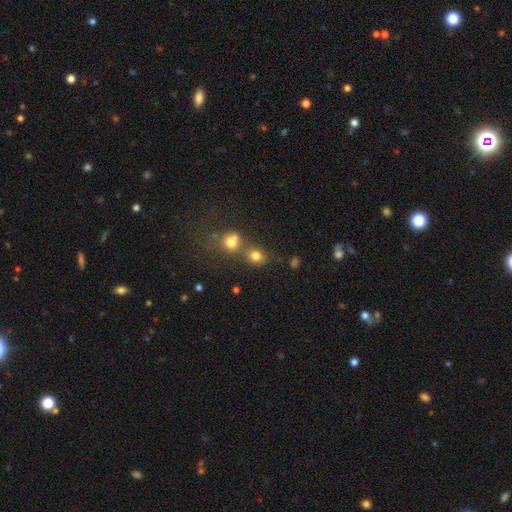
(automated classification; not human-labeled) A smooth galaxy with no disk features (78%) that is round (77%).

Vote fractions:
- Smooth or featured? smooth: 78% / star or artifact: 15% / featured or disk: 8%
- How rounded? round: 77% / in between: 22% / cigar-shaped: 1%
- Merging? none: 52% / merger: 35% / minor disturbance: 9% / major disturbance: 4%